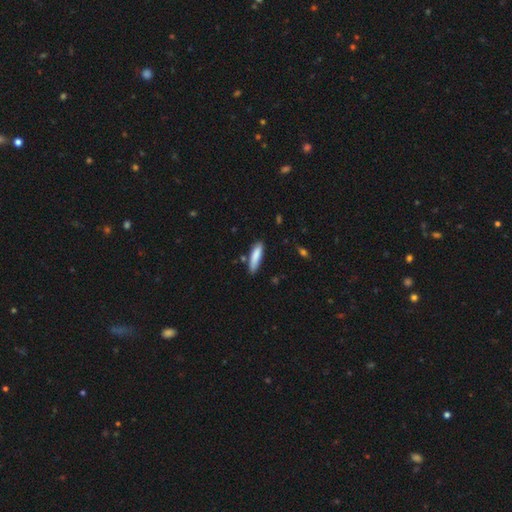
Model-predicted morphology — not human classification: The model was most divided on "how rounded": cigar-shaped: 71%, in between: 28%, round: 1%. More confident: smooth or featured — smooth (84%); merging — none (75%).